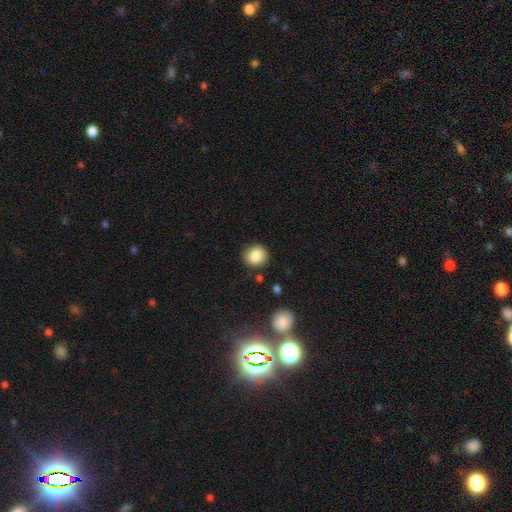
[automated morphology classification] smooth 86%, star or artifact 9%, featured or disk 5%. Down the decision tree: how rounded — round (89%); merging — none (86%).